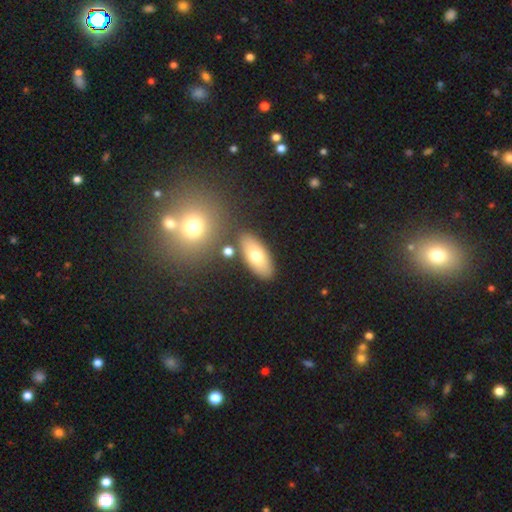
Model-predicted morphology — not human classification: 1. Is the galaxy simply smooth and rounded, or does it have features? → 70% smooth, 22% featured or disk, 8% star or artifact.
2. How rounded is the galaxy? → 85% in between, 11% cigar-shaped, 4% round.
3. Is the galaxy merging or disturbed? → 80% none, 10% minor disturbance, 7% merger, 3% major disturbance.